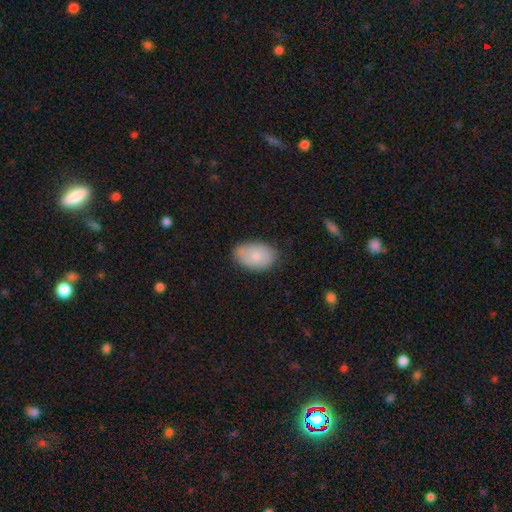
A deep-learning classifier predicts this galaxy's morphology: type=smooth (81%); roundness=in between (89%); merging=none (78%).